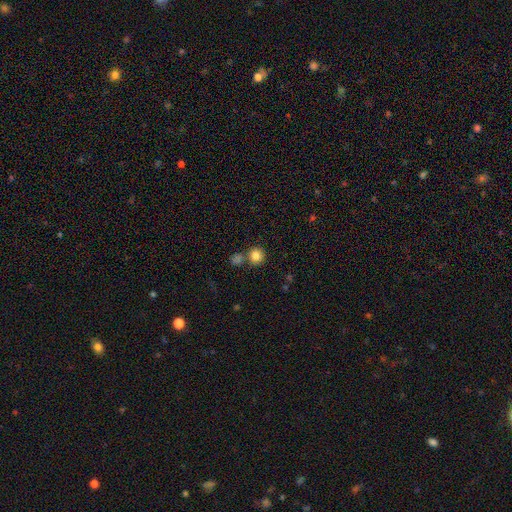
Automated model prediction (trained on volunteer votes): A smooth galaxy with no disk features (83%) that is round (91%). Merging: none (73%).